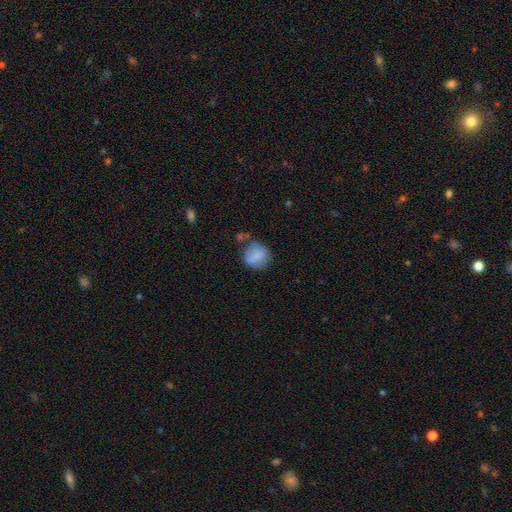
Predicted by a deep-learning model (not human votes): This is likely a smooth galaxy (78%). How rounded: clearly round (81%). Merging: likely none (60%).